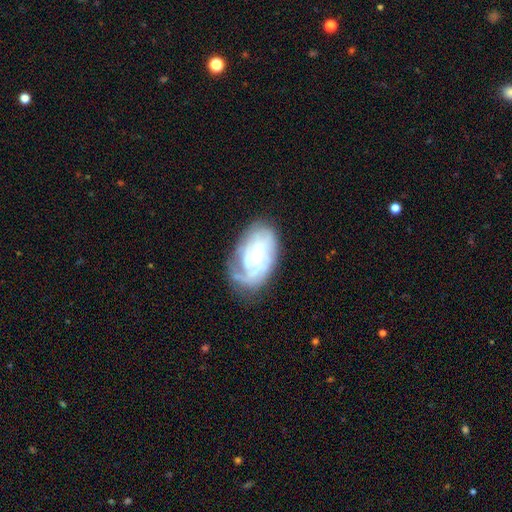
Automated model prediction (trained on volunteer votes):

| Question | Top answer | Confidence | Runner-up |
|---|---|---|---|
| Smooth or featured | featured or disk | 69% | smooth (23%) |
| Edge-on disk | no | 96% | yes (4%) |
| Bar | no | 68% | weak (26%) |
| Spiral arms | yes | 79% | no (21%) |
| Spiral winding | tight | 61% | medium (28%) |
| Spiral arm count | can't tell | 50% | 2 (19%) |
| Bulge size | small | 64% | moderate (22%) |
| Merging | none | 57% | minor disturbance (26%) |